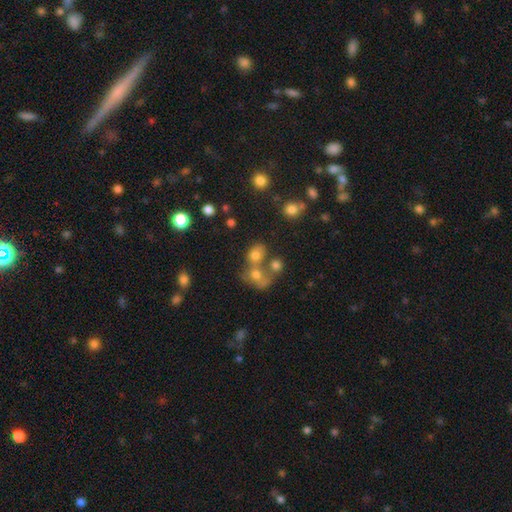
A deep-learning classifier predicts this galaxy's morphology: A smooth galaxy with no disk features (58%) that is round (61%). Merging: merger (43%).